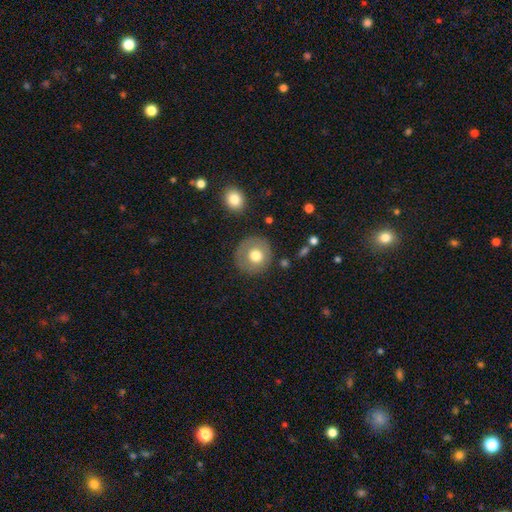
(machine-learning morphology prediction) type=smooth (68%); roundness=round (91%); merging=none (81%).